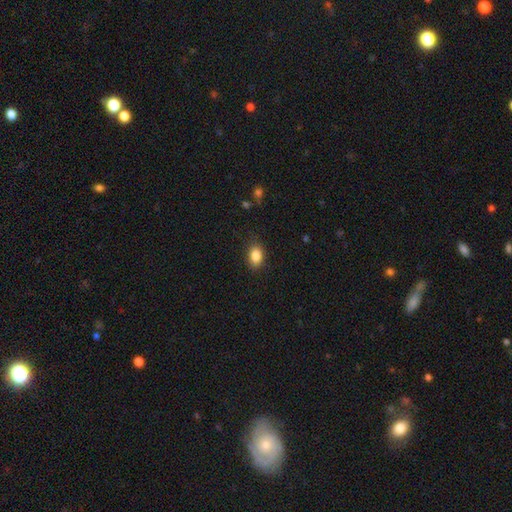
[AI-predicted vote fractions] Smooth or featured? smooth (86%)
How rounded? in between (85%)
Merging? none (83%)